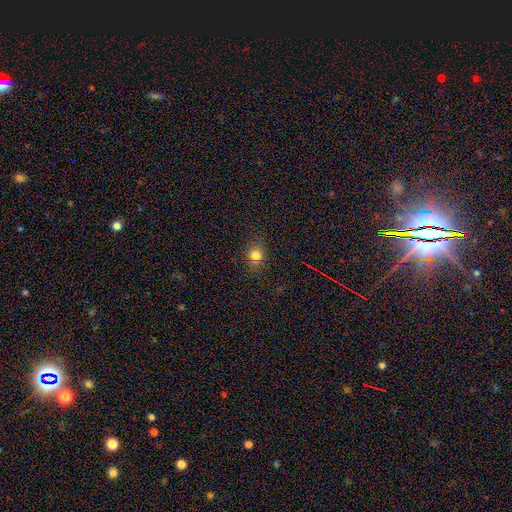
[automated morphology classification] type=smooth (64%); roundness=round (64%); merging=none (82%).